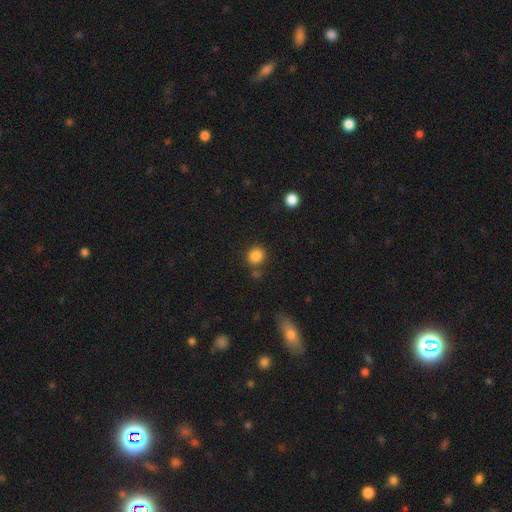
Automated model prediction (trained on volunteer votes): Smooth or featured? Predicted: smooth (p=0.85). How rounded? Predicted: round (p=0.82). Merging? Predicted: none (p=0.79).